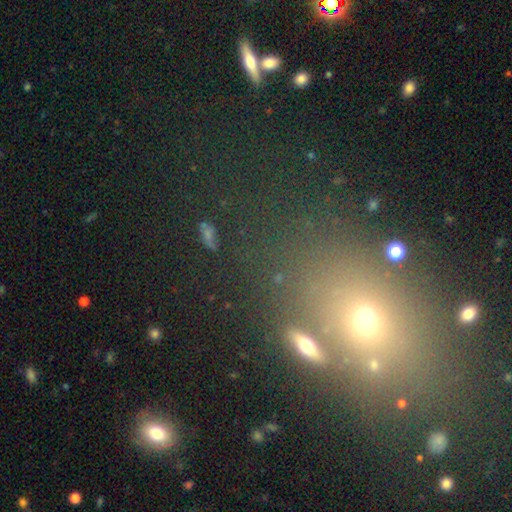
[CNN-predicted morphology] smooth-or-featured: smooth: 45% | star or artifact: 41% | featured or disk: 14%
  merging: none: 73% | minor disturbance: 11% | merger: 9% | major disturbance: 7%